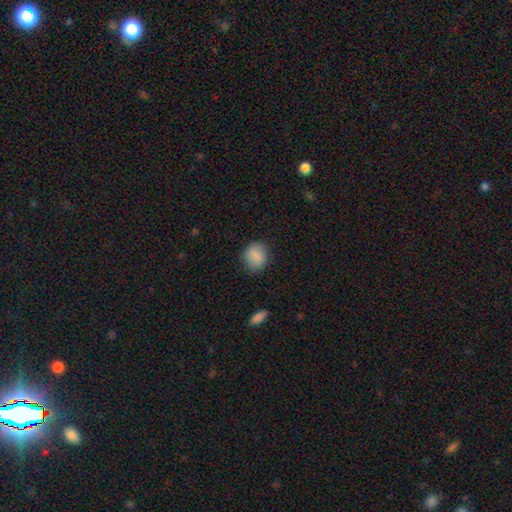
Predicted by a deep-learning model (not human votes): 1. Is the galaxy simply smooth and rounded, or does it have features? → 86% smooth, 8% star or artifact, 6% featured or disk.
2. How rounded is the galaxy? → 76% round, 23% in between, 1% cigar-shaped.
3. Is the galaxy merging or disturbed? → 83% none, 13% minor disturbance, 3% major disturbance, 1% merger.